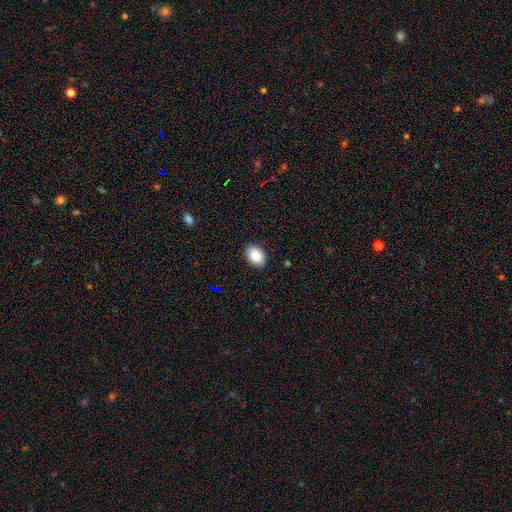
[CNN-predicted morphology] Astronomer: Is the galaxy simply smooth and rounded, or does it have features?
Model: smooth — 88%.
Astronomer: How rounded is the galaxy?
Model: in between — 85%.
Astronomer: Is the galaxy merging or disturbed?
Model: none — 89%.